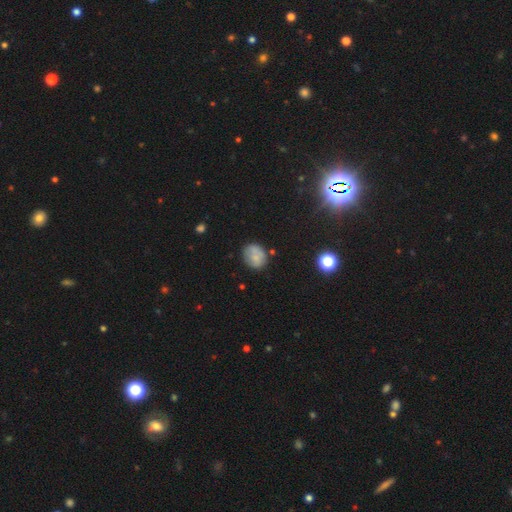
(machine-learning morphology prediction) smooth_or_featured: smooth (p=0.70) [alt: featured or disk p=0.19]
how_rounded: round (p=0.61) [alt: in between p=0.38]
merging: none (p=0.67) [alt: minor disturbance p=0.22]